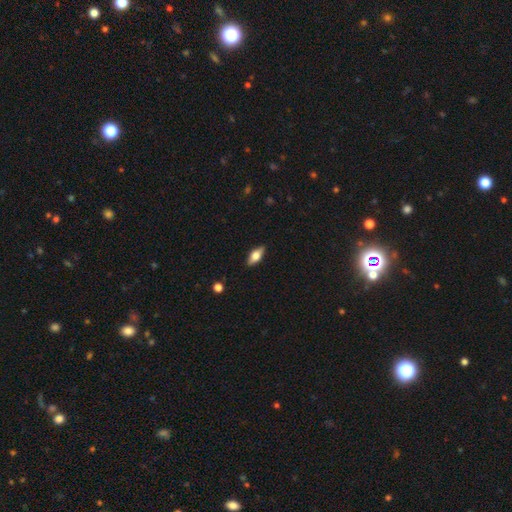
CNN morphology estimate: The model was most divided on "smooth or featured": smooth: 56%, featured or disk: 37%, star or artifact: 7%. More confident: merging — none (87%); how rounded — in between (78%).